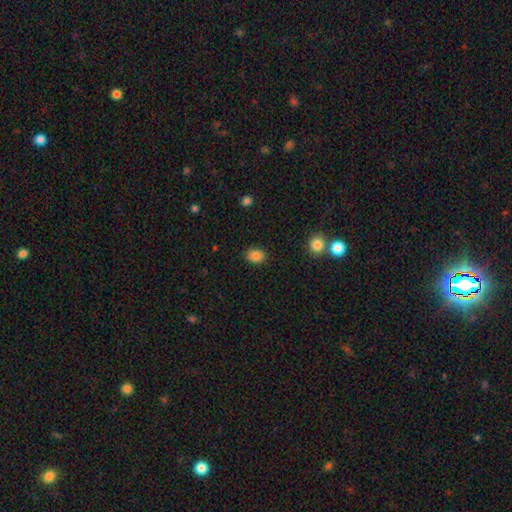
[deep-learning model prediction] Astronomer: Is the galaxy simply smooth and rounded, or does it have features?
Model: smooth — 84%.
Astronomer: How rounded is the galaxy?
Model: in between — 58% (runner-up: round, 41%).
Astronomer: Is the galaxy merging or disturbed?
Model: none — 86%.